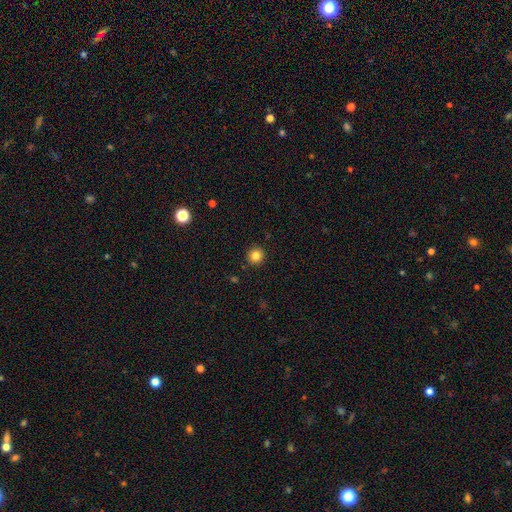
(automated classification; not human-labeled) This appears to be a smooth galaxy with no disk features (83%) that is round (95%). Merging: none (92%).